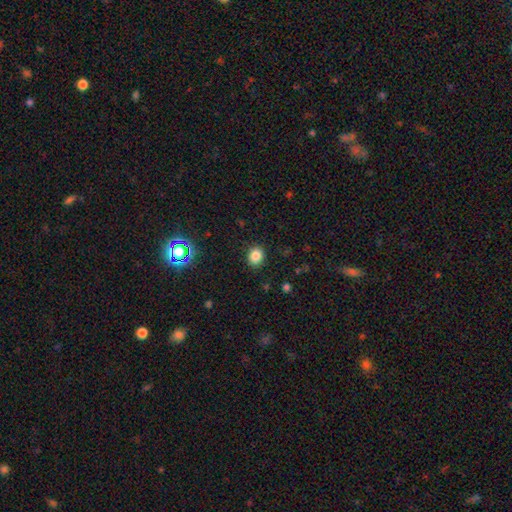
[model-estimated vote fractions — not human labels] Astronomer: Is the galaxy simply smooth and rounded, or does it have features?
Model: smooth — 82%.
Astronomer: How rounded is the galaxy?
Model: round — 57% (runner-up: in between, 42%).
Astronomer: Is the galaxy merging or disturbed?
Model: none — 88%.